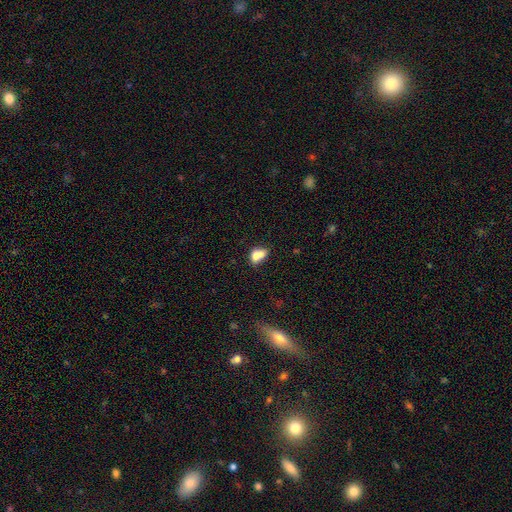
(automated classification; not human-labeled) Smooth or featured? Predicted: smooth (p=0.71). How rounded? Predicted: in between (p=0.63). Merging? Predicted: merger (p=0.58).